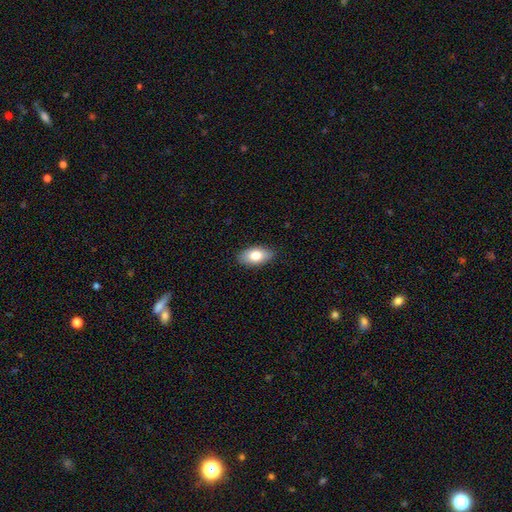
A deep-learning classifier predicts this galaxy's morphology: Smooth or featured? smooth (79%)
How rounded? in between (92%)
Merging? none (87%)